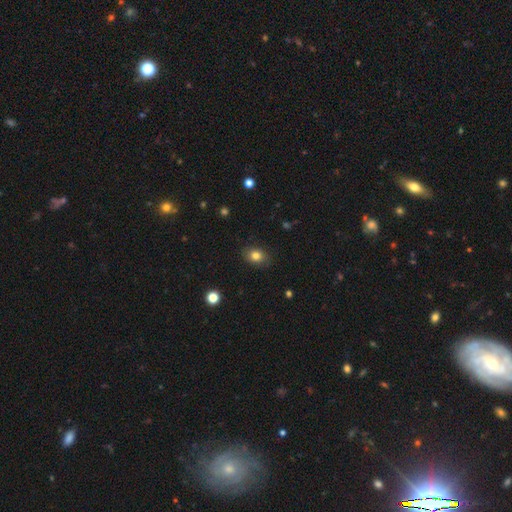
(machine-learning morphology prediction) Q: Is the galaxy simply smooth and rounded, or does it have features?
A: smooth — 81%.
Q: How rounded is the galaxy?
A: in between — 64%.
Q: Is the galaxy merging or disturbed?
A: none — 87%.